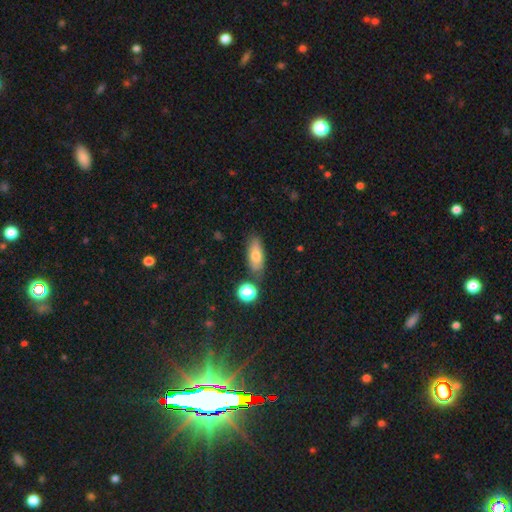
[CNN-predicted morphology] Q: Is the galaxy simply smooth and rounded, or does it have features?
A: smooth — 73%.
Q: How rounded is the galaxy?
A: in between — 72%.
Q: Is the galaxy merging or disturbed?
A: none — 76%.